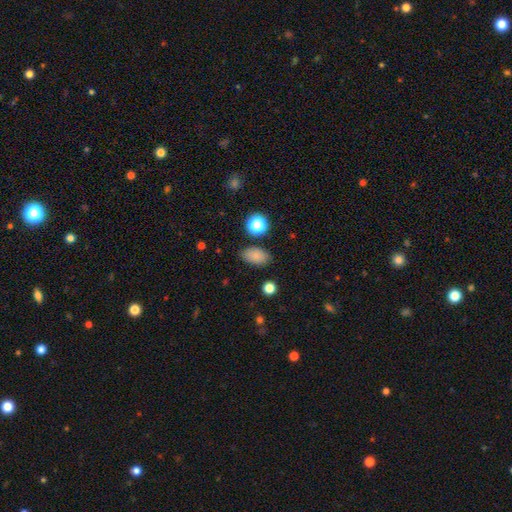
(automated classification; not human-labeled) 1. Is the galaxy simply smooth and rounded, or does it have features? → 81% smooth, 11% star or artifact, 8% featured or disk.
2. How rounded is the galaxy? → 88% in between, 10% round, 2% cigar-shaped.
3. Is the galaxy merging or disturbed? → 81% none, 13% minor disturbance, 3% major disturbance, 3% merger.